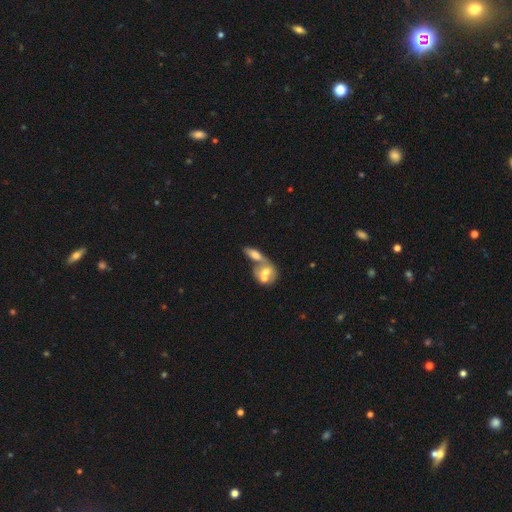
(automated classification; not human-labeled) Smooth or featured: smooth — 46% (featured or disk — 43%)
Merging: merger — 63% (none — 24%)